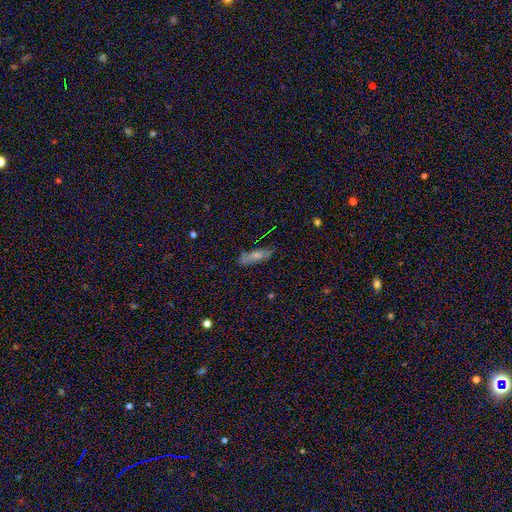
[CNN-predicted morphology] Smooth or featured? Predicted: smooth (p=0.66). How rounded? Predicted: in between (p=0.50). Merging? Predicted: none (p=0.74).